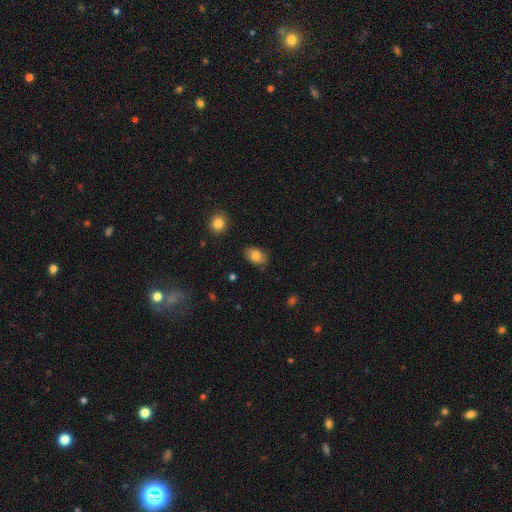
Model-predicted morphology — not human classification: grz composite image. It shows a smooth galaxy with no disk features (82%) that is in between round and cigar-shaped (85%). Merging: none (82%).